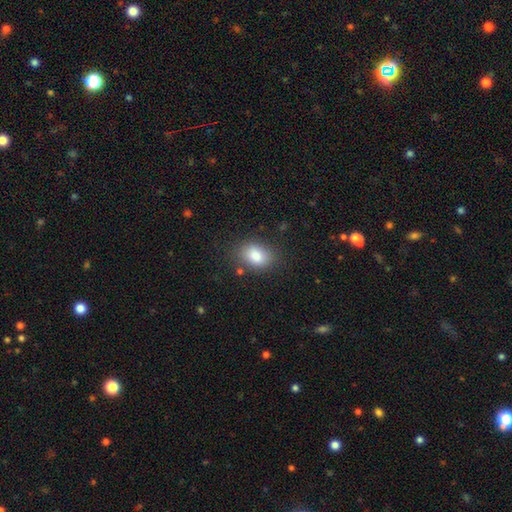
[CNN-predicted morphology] type=smooth (83%); roundness=in between (76%); merging=none (78%).